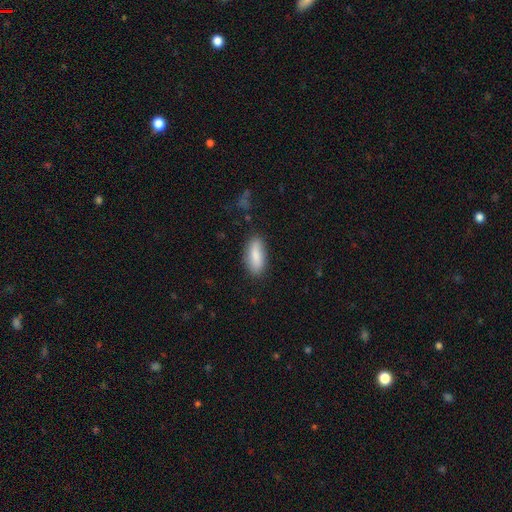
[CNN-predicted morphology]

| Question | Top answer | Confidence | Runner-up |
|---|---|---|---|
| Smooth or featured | smooth | 83% | featured or disk (11%) |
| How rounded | in between | 77% | cigar-shaped (20%) |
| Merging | none | 83% | minor disturbance (13%) |